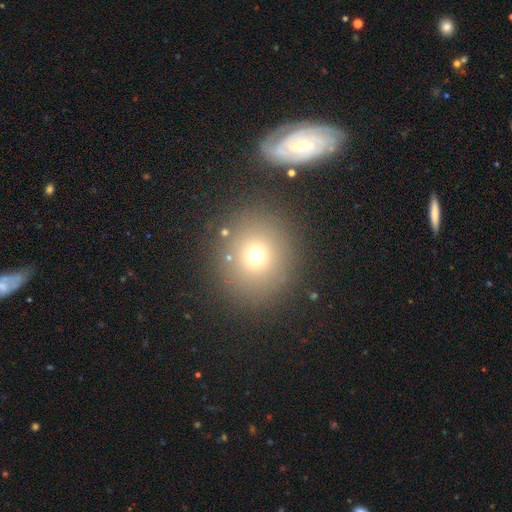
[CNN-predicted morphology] This is likely a smooth galaxy (70%). How rounded: clearly round (87%). Merging: clearly none (82%).